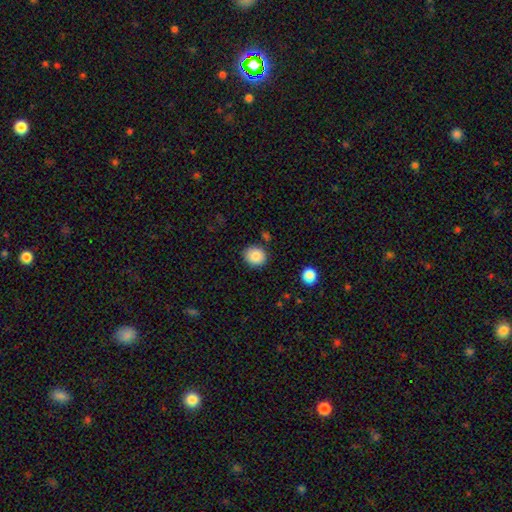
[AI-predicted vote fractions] Smooth or featured: smooth — 85% (star or artifact — 9%)
How rounded: round — 77% (in between — 22%)
Merging: none — 84% (minor disturbance — 10%)